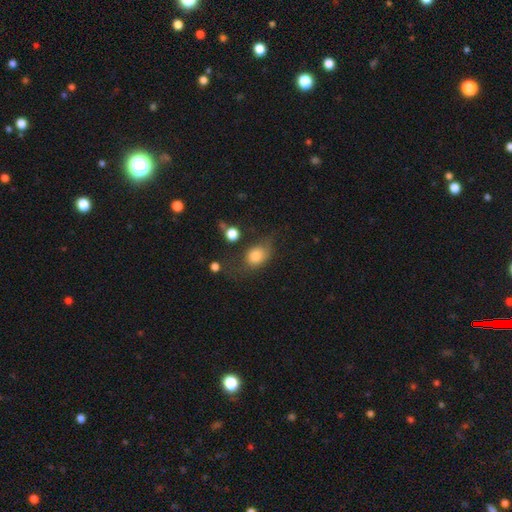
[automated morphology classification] A smooth galaxy with no disk features (80%) that is in between round and cigar-shaped (65%).

Vote fractions:
- Smooth or featured? smooth: 80% / featured or disk: 10% / star or artifact: 10%
- How rounded? in between: 65% / round: 34% / cigar-shaped: 2%
- Merging? none: 47% / minor disturbance: 29% / major disturbance: 18% / merger: 6%